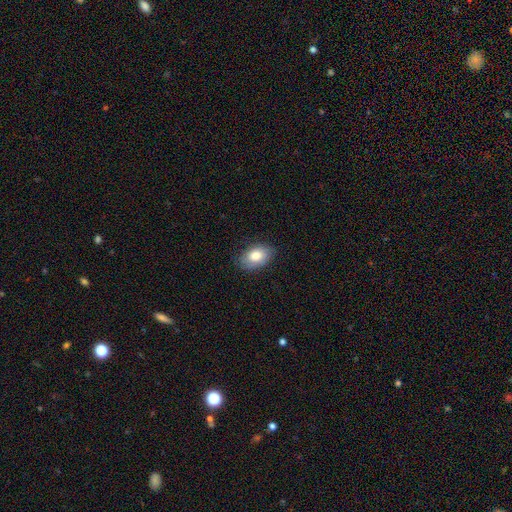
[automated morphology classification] Smooth or featured?
  - smooth: 80% *
  - featured or disk: 13%
  - star or artifact: 7%
How rounded?
  - in between: 87% *
  - round: 12%
  - cigar-shaped: 1%
Merging?
  - none: 80% *
  - minor disturbance: 15%
  - major disturbance: 3%
  - merger: 1%